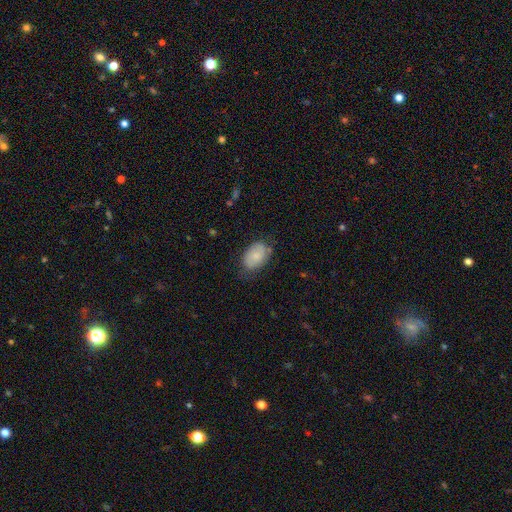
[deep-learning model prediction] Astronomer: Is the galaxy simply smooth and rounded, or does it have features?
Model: smooth — 77%.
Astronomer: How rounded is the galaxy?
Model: in between — 88%.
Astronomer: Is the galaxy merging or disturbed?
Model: none — 63%.